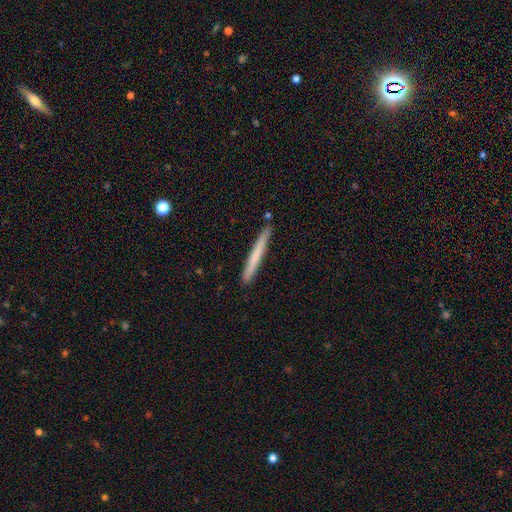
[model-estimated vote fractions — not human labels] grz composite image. It shows a smooth galaxy with no disk features (65%) that is cigar-shaped (97%). Merging: none (89%).